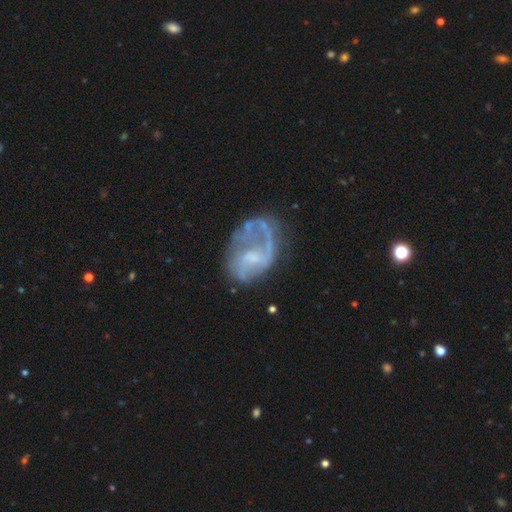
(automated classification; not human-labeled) Smooth or featured: featured or disk — 73% (smooth — 17%)
Edge-on disk: no — 97% (yes — 3%)
Bar: no — 52% (weak — 40%)
Spiral arms: yes — 72% (no — 28%)
Spiral winding: loose — 47% (medium — 35%)
Spiral arm count: 2 — 37% (1 — 36%)
Bulge size: small — 46% (none — 30%)
Merging: none — 48% (major disturbance — 26%)